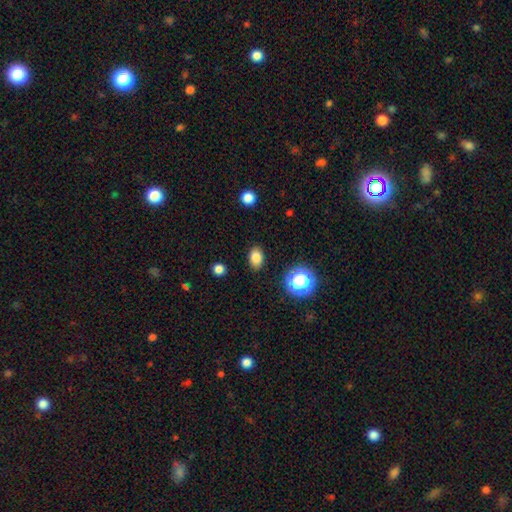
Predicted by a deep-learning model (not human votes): smooth_or_featured: smooth (p=0.83) [alt: star or artifact p=0.12]
how_rounded: in between (p=0.77) [alt: round p=0.22]
merging: none (p=0.87) [alt: minor disturbance p=0.09]